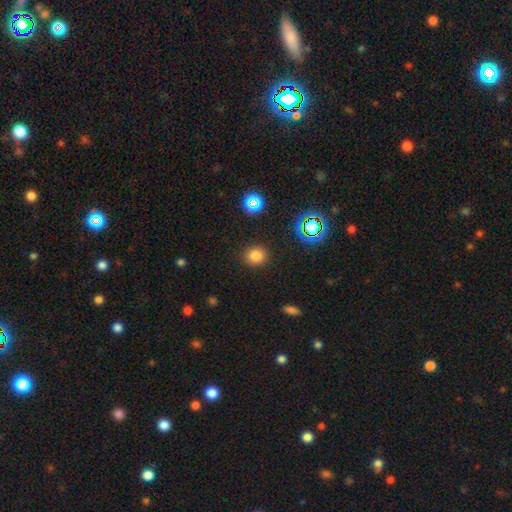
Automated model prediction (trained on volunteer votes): Morphology: type=smooth (78%); roundness=round (83%); merging=none (89%).